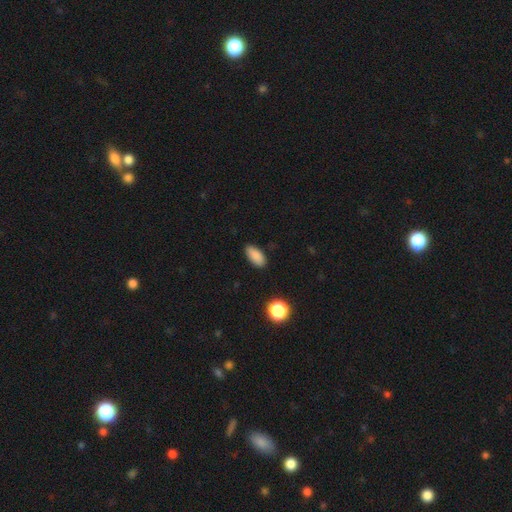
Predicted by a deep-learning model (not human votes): Q: Smooth or featured?
A: smooth (87%); runner-up: star or artifact (9%)
Q: How rounded?
A: in between (90%); runner-up: cigar-shaped (7%)
Q: Merging?
A: none (86%); runner-up: minor disturbance (11%)